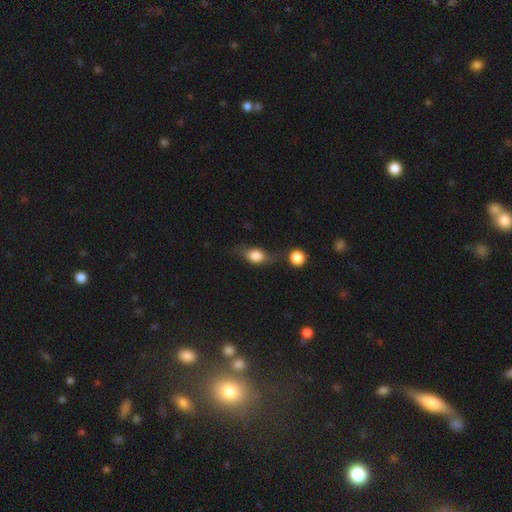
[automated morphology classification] smooth 73%, featured or disk 18%, star or artifact 10%. Down the decision tree: how rounded — in between (62%); merging — none (47%).